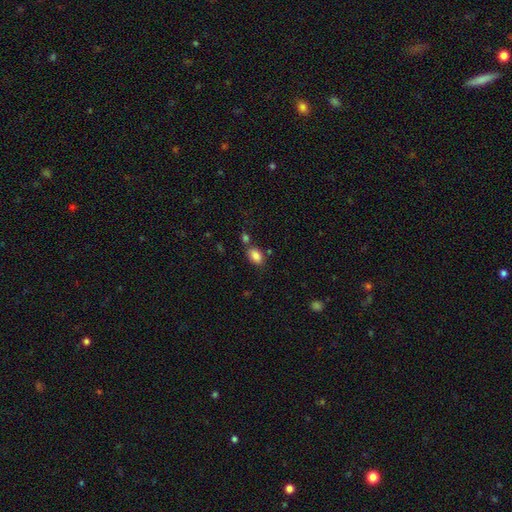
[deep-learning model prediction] Smooth or featured?
  - smooth: 84% *
  - star or artifact: 9%
  - featured or disk: 7%
How rounded?
  - in between: 86% *
  - round: 12%
  - cigar-shaped: 1%
Merging?
  - none: 66% *
  - merger: 16%
  - minor disturbance: 14%
  - major disturbance: 4%